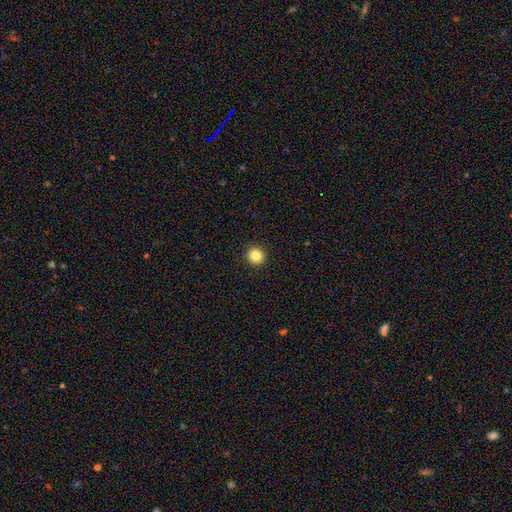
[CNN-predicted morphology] Overall: smooth (84%). How rounded: round (94%). Merging: none (93%).